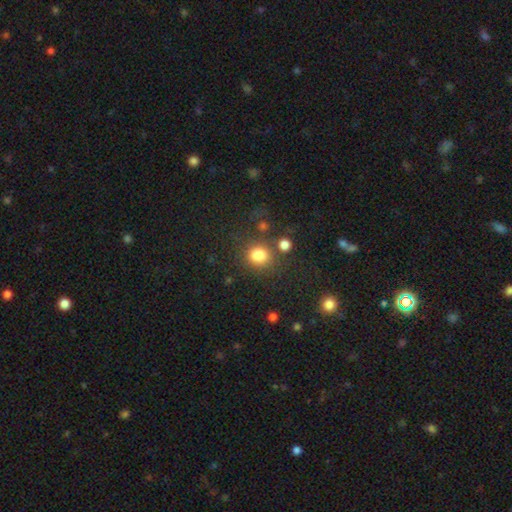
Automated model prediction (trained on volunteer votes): Overall: smooth (81%). How rounded: round (68%; in between 30%). Merging: none (68%).